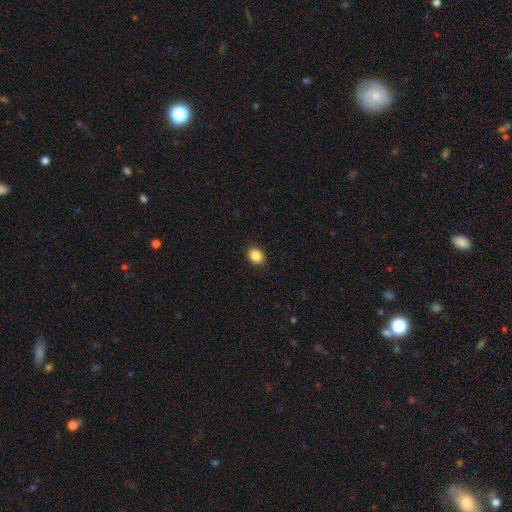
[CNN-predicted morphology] Smooth or featured: smooth — 87% (star or artifact — 9%)
How rounded: in between — 54% (round — 45%)
Merging: none — 90% (minor disturbance — 8%)